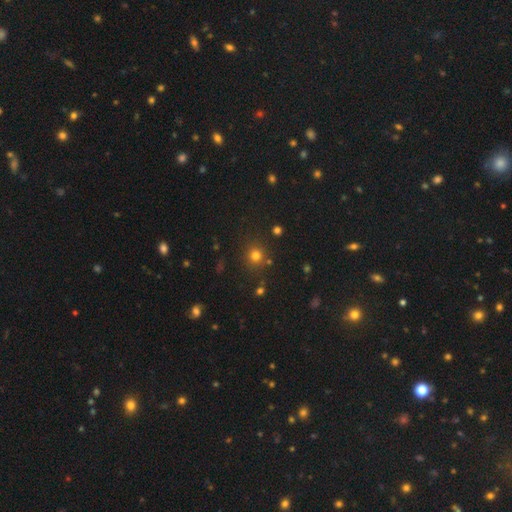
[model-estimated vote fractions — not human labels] smooth 75%, star or artifact 18%, featured or disk 6%. Down the decision tree: how rounded — round (90%); merging — none (82%).